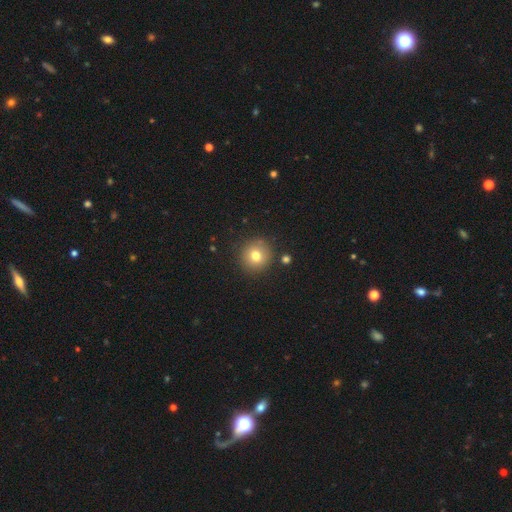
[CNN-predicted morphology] Smooth or featured?
  - smooth: 75% *
  - star or artifact: 13%
  - featured or disk: 12%
How rounded?
  - round: 94% *
  - in between: 5%
  - cigar-shaped: 1%
Merging?
  - none: 87% *
  - minor disturbance: 7%
  - merger: 3%
  - major disturbance: 2%